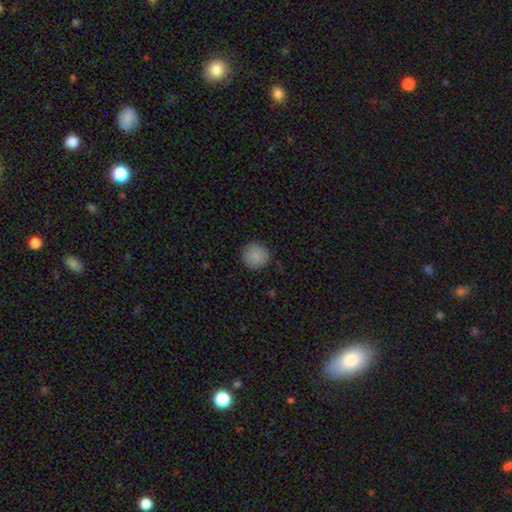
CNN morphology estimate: This is clearly a smooth galaxy (87%). How rounded: clearly round (94%). Merging: clearly none (87%).